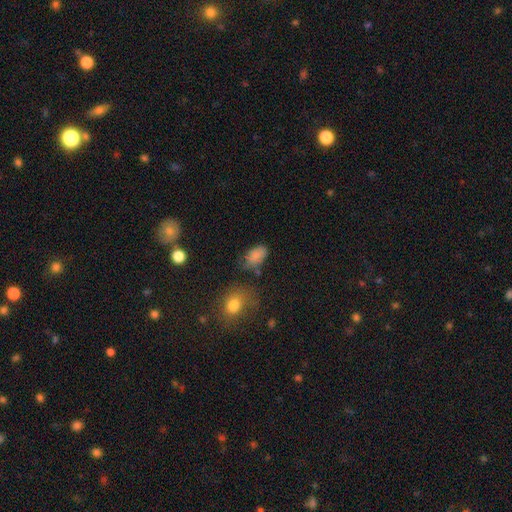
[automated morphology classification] A smooth galaxy with no disk features (81%) that is in between round and cigar-shaped (90%).

Vote fractions:
- Smooth or featured? smooth: 81% / star or artifact: 12% / featured or disk: 7%
- How rounded? in between: 90% / round: 8% / cigar-shaped: 2%
- Merging? none: 53% / minor disturbance: 29% / major disturbance: 10% / merger: 8%